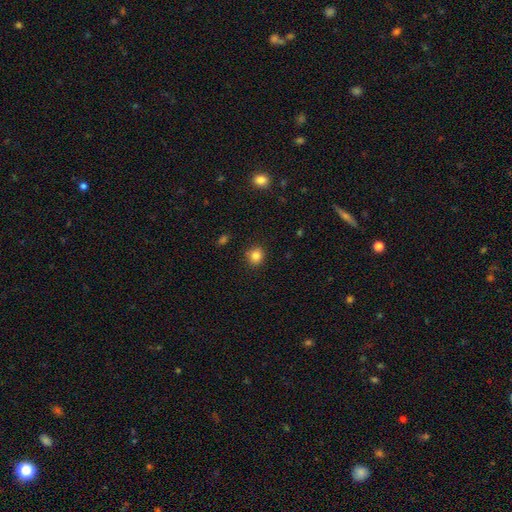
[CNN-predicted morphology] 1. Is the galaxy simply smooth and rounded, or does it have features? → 84% smooth, 11% star or artifact, 5% featured or disk.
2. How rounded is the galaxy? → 85% round, 14% in between, 1% cigar-shaped.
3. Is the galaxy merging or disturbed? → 88% none, 8% minor disturbance, 2% major disturbance, 2% merger.